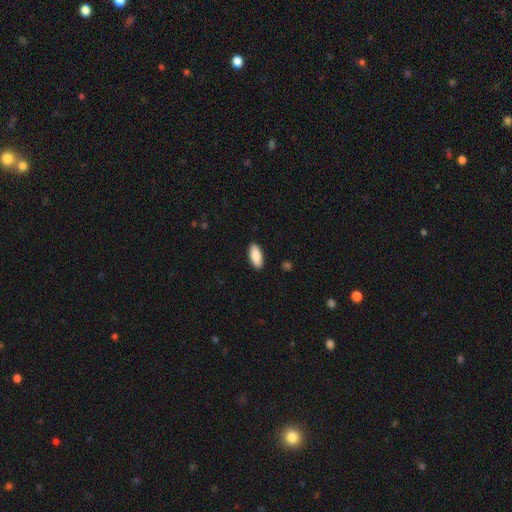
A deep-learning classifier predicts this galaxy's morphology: Smooth or featured? Predicted: smooth (p=0.89). How rounded? Predicted: in between (p=0.84). Merging? Predicted: none (p=0.90).